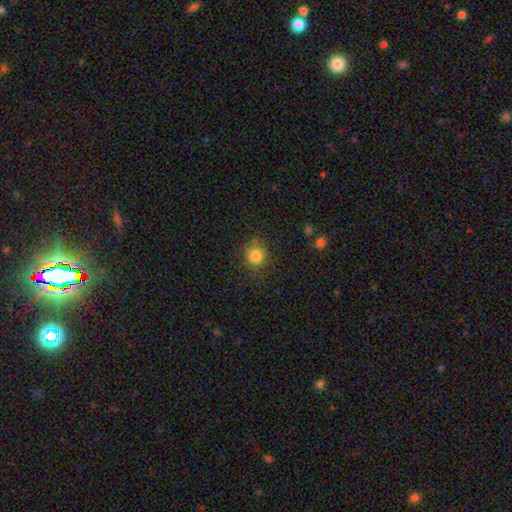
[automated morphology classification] This appears to be a smooth galaxy with no disk features (81%) that is round (86%). Merging: none (77%).